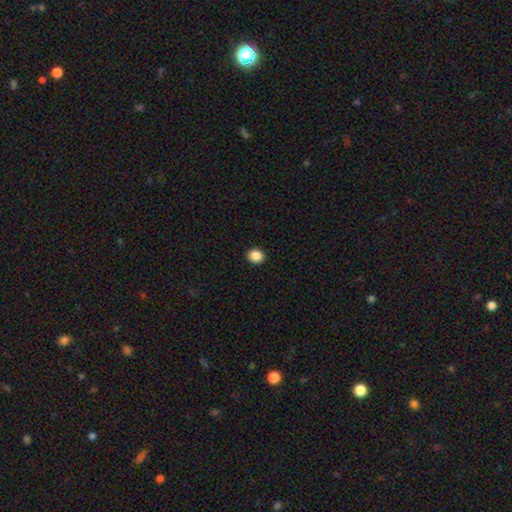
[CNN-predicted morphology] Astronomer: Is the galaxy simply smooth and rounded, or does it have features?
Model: smooth — 88%.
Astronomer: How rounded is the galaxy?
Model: round — 73%.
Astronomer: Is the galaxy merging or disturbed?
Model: none — 93%.